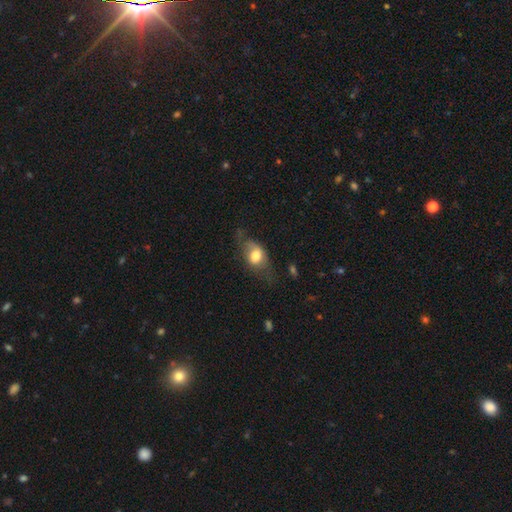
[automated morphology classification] type=smooth (64%); roundness=in between (70%); merging=none (46%).